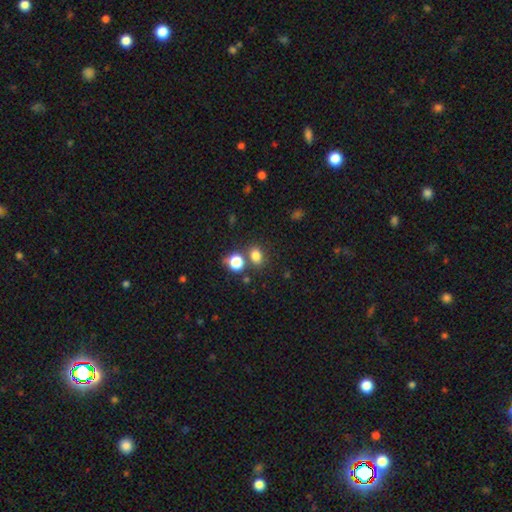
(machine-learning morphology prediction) This appears to be a smooth galaxy with no disk features (79%) that is in between round and cigar-shaped (54%). Merging: none (67%).